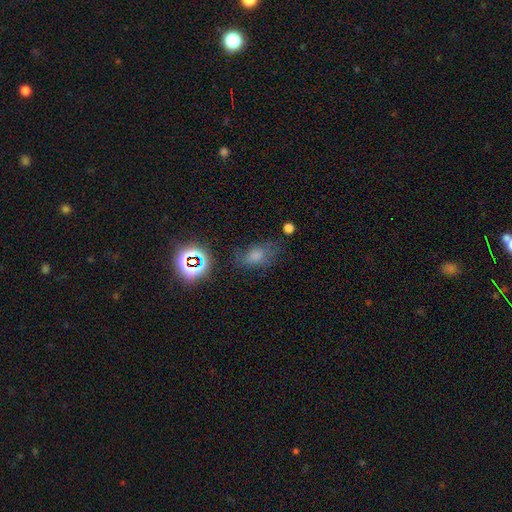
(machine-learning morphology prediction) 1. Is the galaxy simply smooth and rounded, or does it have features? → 51% smooth, 29% star or artifact, 20% featured or disk.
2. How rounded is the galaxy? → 76% in between, 20% round, 3% cigar-shaped.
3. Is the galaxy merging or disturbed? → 60% none, 24% minor disturbance, 13% major disturbance, 4% merger.